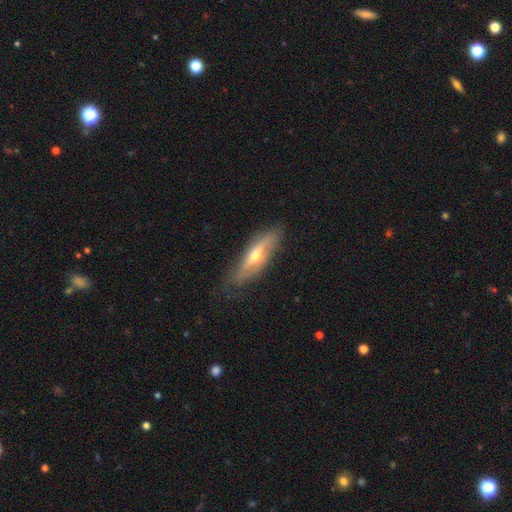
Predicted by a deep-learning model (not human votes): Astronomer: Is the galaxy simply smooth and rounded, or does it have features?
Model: featured or disk — 57% (runner-up: smooth, 36%).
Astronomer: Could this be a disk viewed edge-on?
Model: yes — 72%.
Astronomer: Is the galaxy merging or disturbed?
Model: none — 76%.